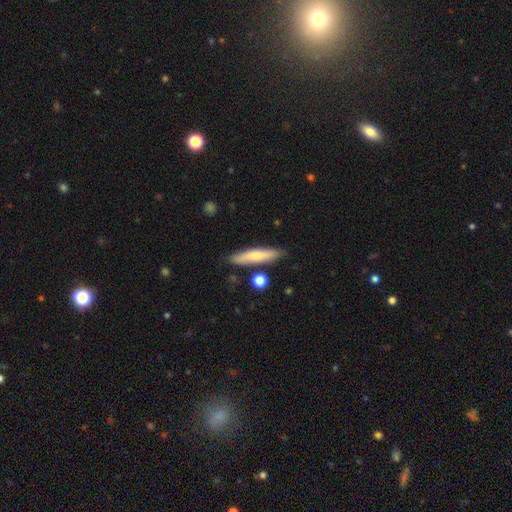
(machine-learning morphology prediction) A smooth galaxy with no disk features (67%) that is cigar-shaped (85%). Merging: none (82%).